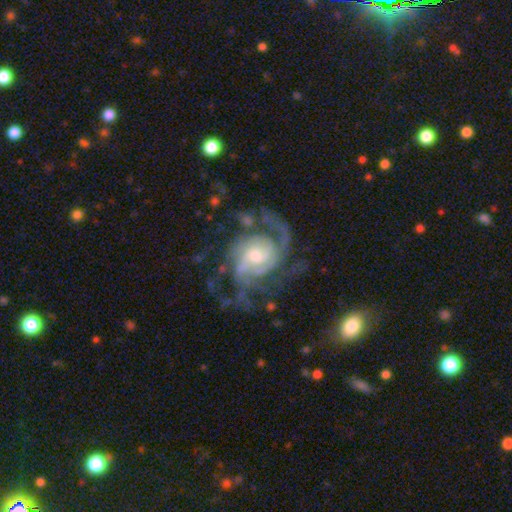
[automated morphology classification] A featured or disk galaxy (91%) with no bar (59%), 2 (34%) medium (43%, tied with tight) spiral arms (98%) and a moderate central bulge (54%).

Vote fractions:
- Smooth or featured? featured or disk: 91% / smooth: 5% / star or artifact: 4%
- Edge-on disk? no: 98% / yes: 2%
- Bar? no: 59% / weak: 34% / strong: 7%
- Spiral arms? yes: 98% / no: 2%
- Spiral winding? medium: 43% (tied) / tight: 43% (tied) / loose: 14%
- Spiral arm count? 2: 34% / 3: 27% / can't tell: 16% / 4: 9% / 1: 7% / more than 4: 7%
- Bulge size? moderate: 54% / small: 32% / large: 10% / none: 3% / dominant: 1%
- Merging? none: 60% / major disturbance: 20% / minor disturbance: 17% / merger: 3%